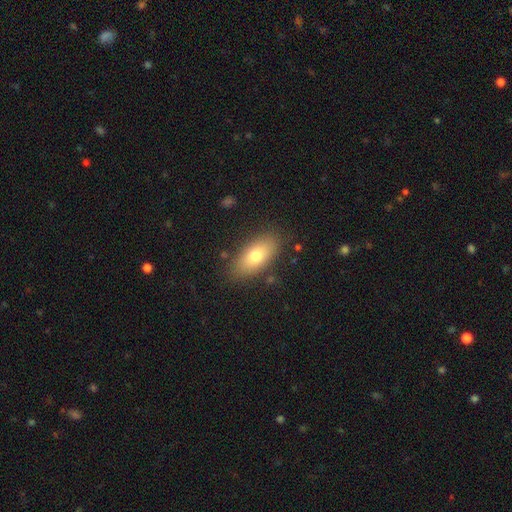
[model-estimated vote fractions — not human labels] smooth 74%, featured or disk 19%, star or artifact 8%. Down the decision tree: how rounded — in between (87%); merging — none (84%).